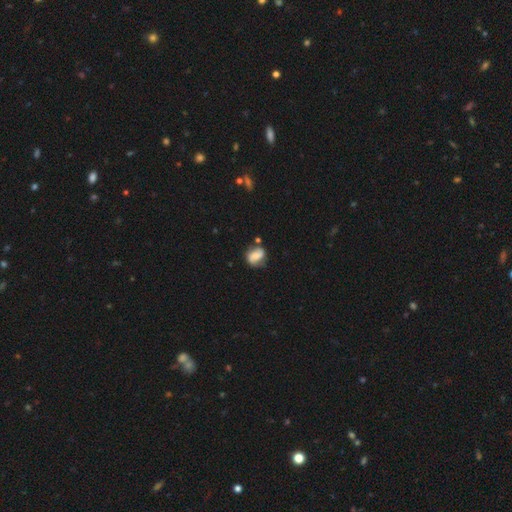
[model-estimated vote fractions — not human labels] smooth_or_featured: smooth (p=0.48) [alt: featured or disk p=0.44]
merging: none (p=0.61) [alt: minor disturbance p=0.25]